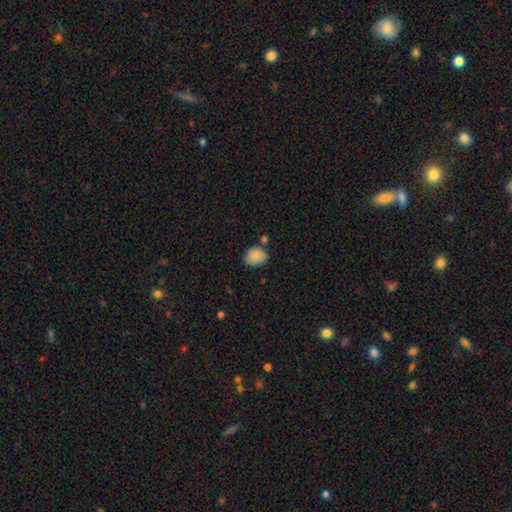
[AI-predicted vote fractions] This appears to be a smooth galaxy with no disk features (87%) that is in between round and cigar-shaped (62%). Merging: none (67%).